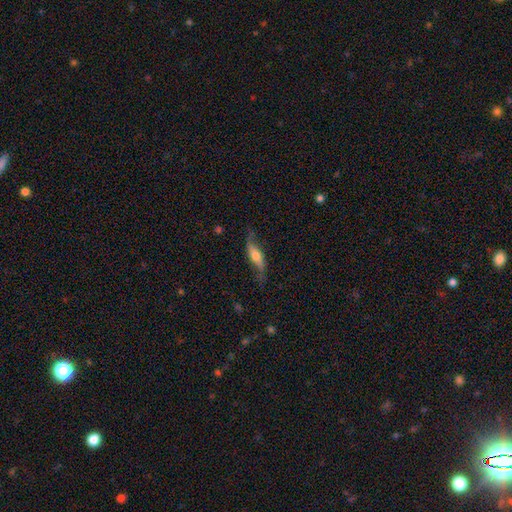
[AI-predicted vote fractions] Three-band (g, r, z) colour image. It shows a featured or disk galaxy (60%). Merging: none (65%).